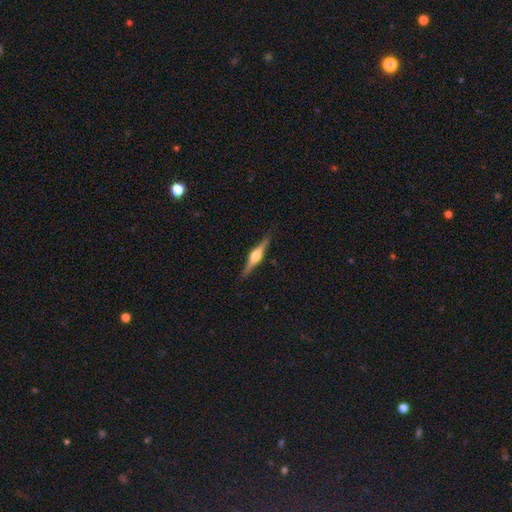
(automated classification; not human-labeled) Smooth or featured? featured or disk (80%)
Edge-on disk? yes (98%)
Edge-on bulge? rounded (93%)
Merging? none (90%)